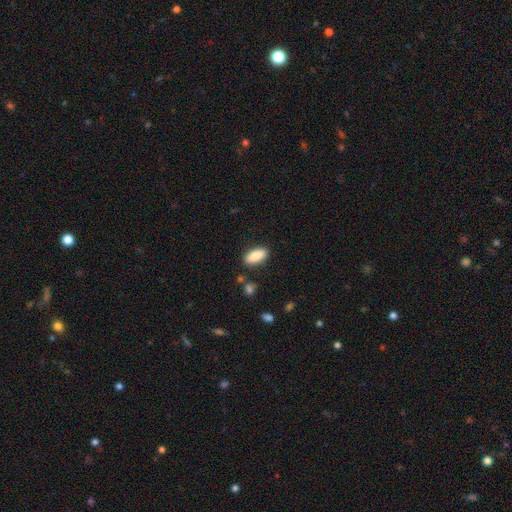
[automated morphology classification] Smooth or featured? smooth (84%)
How rounded? in between (87%)
Merging? none (86%)